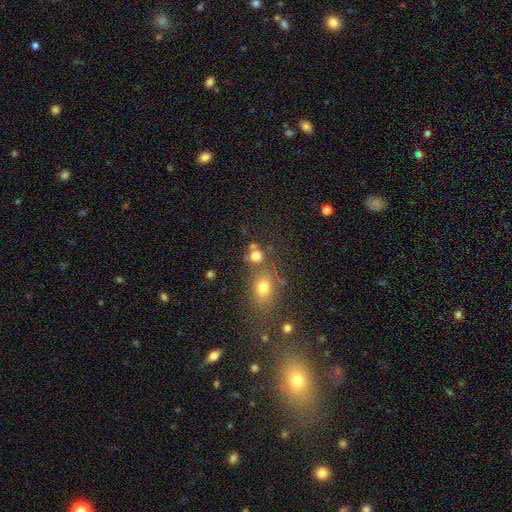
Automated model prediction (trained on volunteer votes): Smooth or featured: smooth — 74% (star or artifact — 17%)
How rounded: round — 75% (in between — 24%)
Merging: none — 59% (merger — 25%)